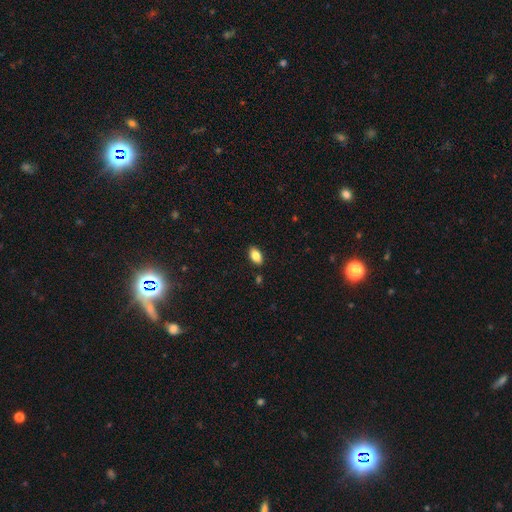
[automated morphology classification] smooth_or_featured: smooth (p=0.84) [alt: featured or disk p=0.08]
how_rounded: in between (p=0.92) [alt: round p=0.05]
merging: none (p=0.87) [alt: minor disturbance p=0.09]